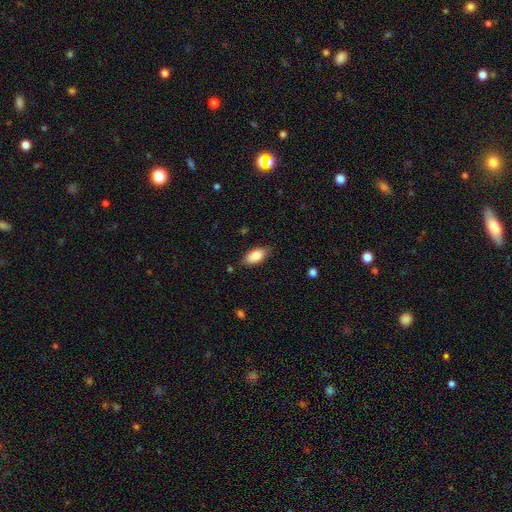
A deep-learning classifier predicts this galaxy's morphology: Smooth or featured? smooth (82%)
How rounded? in between (89%)
Merging? none (80%)